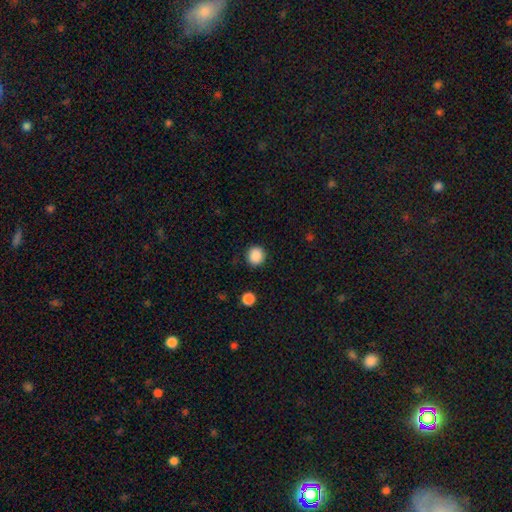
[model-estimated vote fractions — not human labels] smooth-or-featured: smooth: 88% | star or artifact: 9% | featured or disk: 3%
  how-rounded: round: 91% | in between: 8% | cigar-shaped: 1%
  merging: none: 90% | minor disturbance: 6% | major disturbance: 2% | merger: 1%